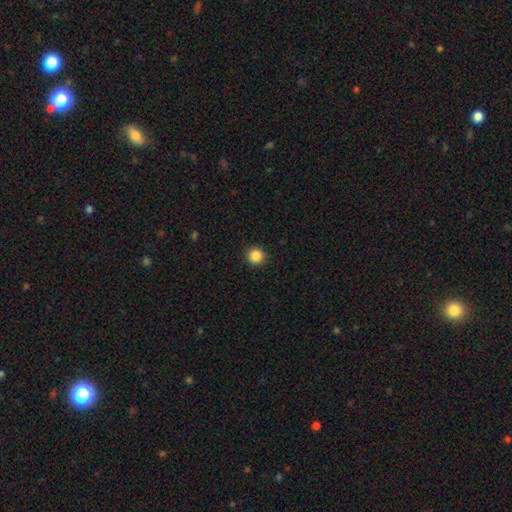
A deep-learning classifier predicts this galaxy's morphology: A smooth galaxy with no disk features (87%) that is round (94%). Merging: none (93%).